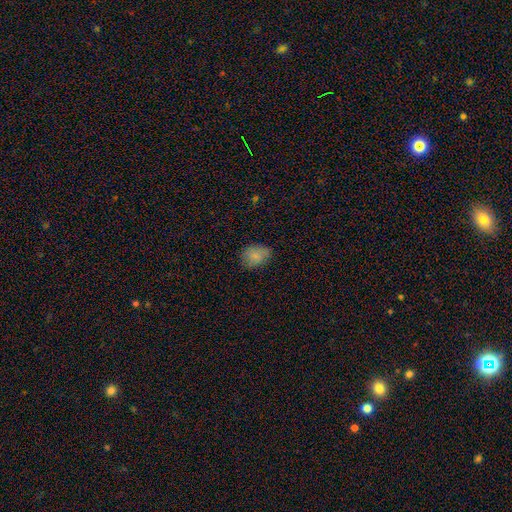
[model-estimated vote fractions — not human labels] Q: Smooth or featured?
A: smooth (82%); runner-up: star or artifact (10%)
Q: How rounded?
A: in between (68%); runner-up: round (31%)
Q: Merging?
A: none (73%); runner-up: minor disturbance (21%)